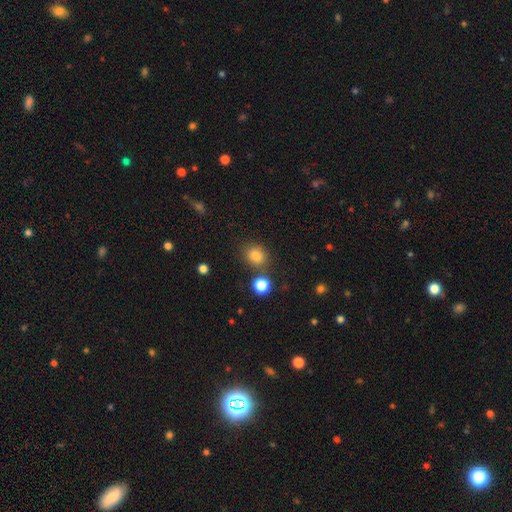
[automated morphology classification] A smooth galaxy with no disk features (83%) that is round (70%). Merging: none (75%).